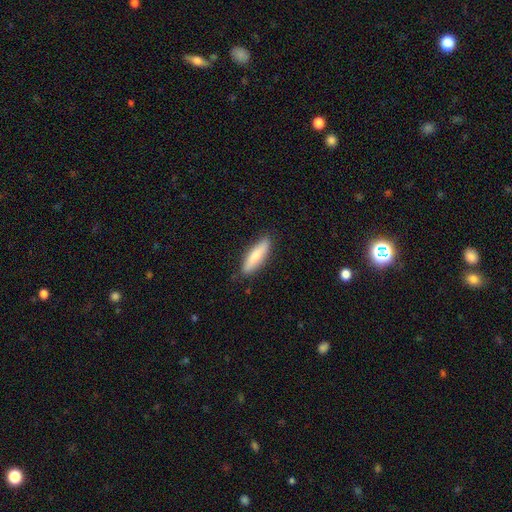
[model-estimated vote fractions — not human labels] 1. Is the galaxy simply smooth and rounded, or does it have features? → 73% smooth, 22% featured or disk, 6% star or artifact.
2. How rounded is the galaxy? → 66% cigar-shaped, 32% in between, 2% round.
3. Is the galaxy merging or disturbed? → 85% none, 11% minor disturbance, 2% major disturbance, 1% merger.